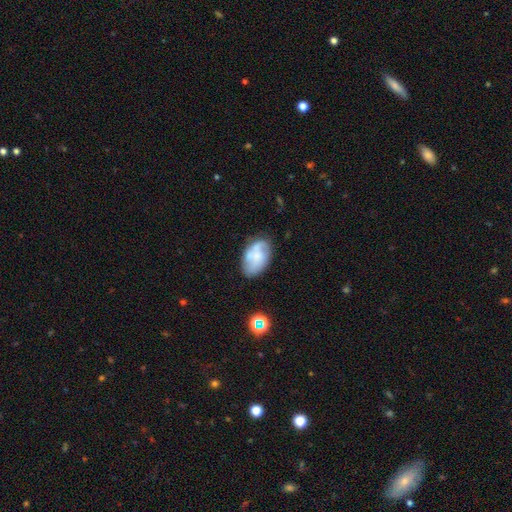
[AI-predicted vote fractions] smooth 50%, featured or disk 42%, star or artifact 9%. Down the decision tree: merging — none (60%).